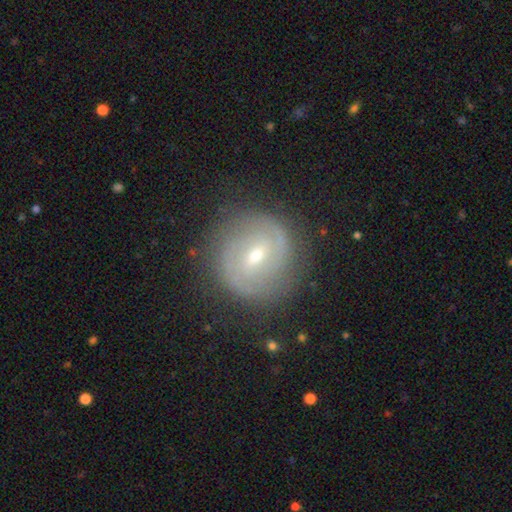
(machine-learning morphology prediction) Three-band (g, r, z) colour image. It shows a featured or disk galaxy (74%) with a weak bar (57%), 2 (61%) tight (54%) spiral arms (85%) and a small central bulge (52%). Merging: none (82%).